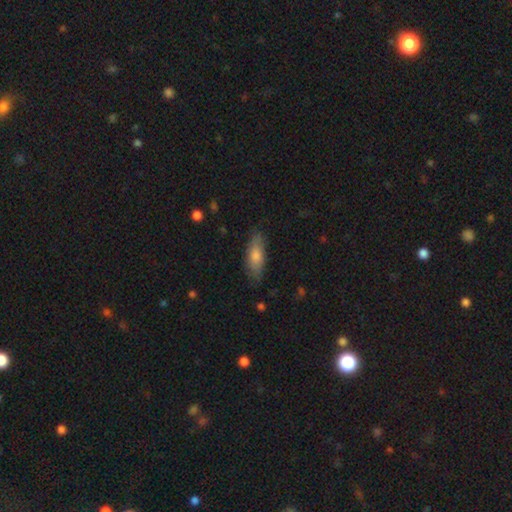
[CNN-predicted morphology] A smooth galaxy with no disk features (72%) that is in between round and cigar-shaped (57%).

Vote fractions:
- Smooth or featured? smooth: 72% / featured or disk: 22% / star or artifact: 7%
- How rounded? in between: 57% / cigar-shaped: 41% / round: 2%
- Merging? none: 82% / minor disturbance: 14% / major disturbance: 3% / merger: 1%